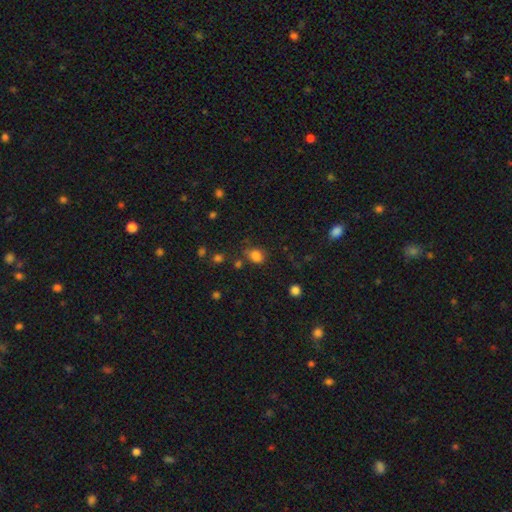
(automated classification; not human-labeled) Smooth or featured? Predicted: smooth (p=0.78). How rounded? Predicted: in between (p=0.55). Merging? Predicted: none (p=0.60).